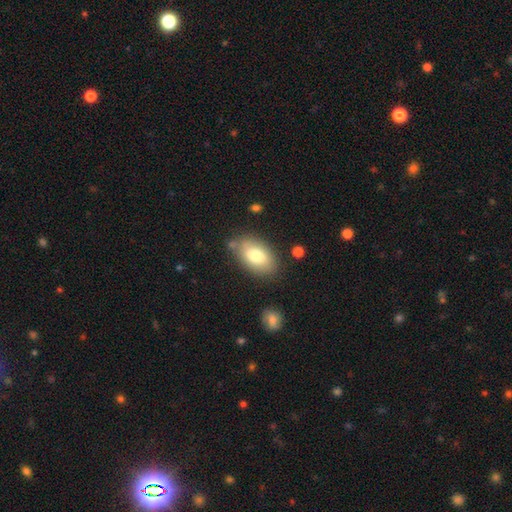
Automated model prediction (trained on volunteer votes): This is likely a smooth galaxy (77%). How rounded: clearly in between (92%). Merging: likely none (74%).